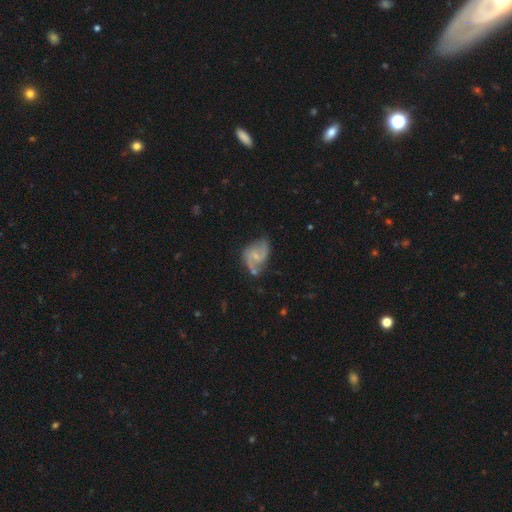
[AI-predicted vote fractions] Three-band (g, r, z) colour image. It shows a featured or disk galaxy (77%) with a weak bar (48%), 2 (86%) medium (45%) spiral arms (91%) and a small central bulge (62%). Merging: none (52%).